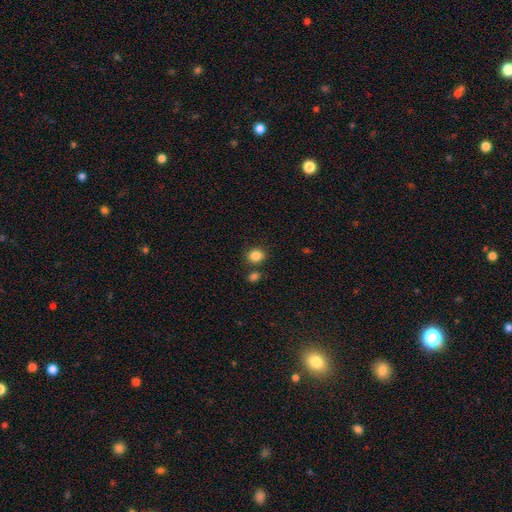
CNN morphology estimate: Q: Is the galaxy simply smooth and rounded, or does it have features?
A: smooth — 85%.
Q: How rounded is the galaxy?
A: round — 68%.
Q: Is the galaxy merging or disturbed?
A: none — 75%.